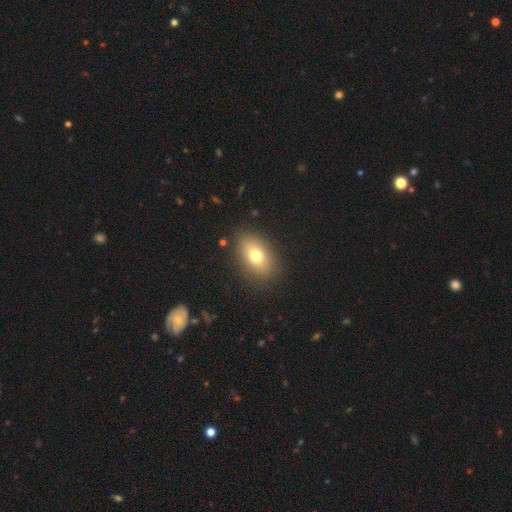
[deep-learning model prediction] A smooth galaxy with no disk features (74%) that is in between round and cigar-shaped (84%).

Vote fractions:
- Smooth or featured? smooth: 74% / featured or disk: 15% / star or artifact: 10%
- How rounded? in between: 84% / round: 14% / cigar-shaped: 2%
- Merging? none: 85% / minor disturbance: 10% / major disturbance: 3% / merger: 1%